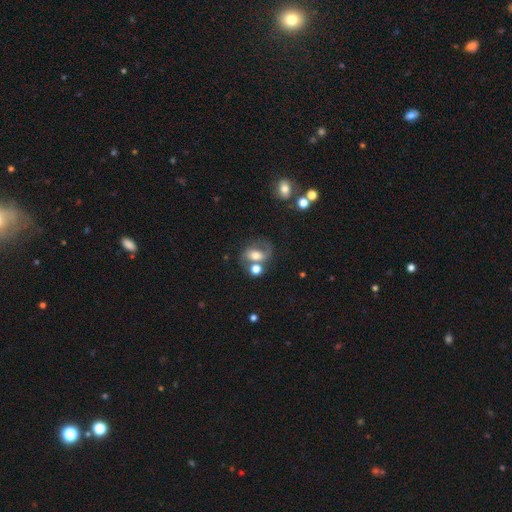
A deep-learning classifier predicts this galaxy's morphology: type=featured or disk (50%); merging=none (44%).